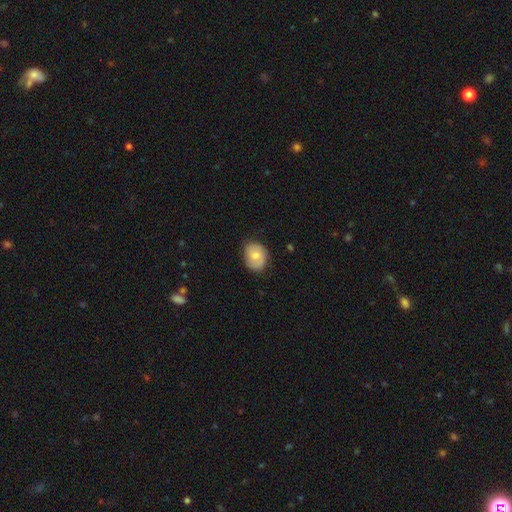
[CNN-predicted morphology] Smooth or featured: smooth — 70% (featured or disk — 24%)
How rounded: round — 51% (in between — 48%)
Merging: none — 72% (minor disturbance — 22%)